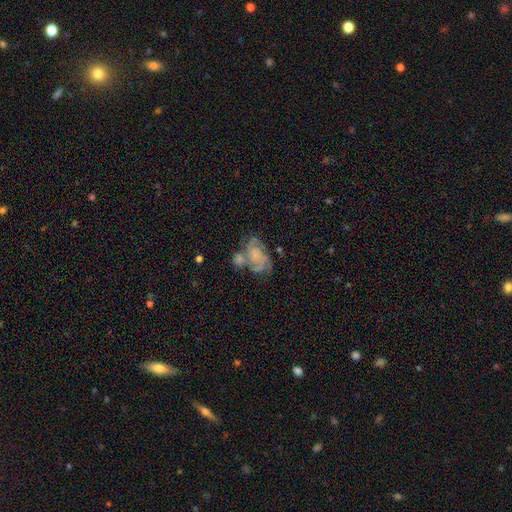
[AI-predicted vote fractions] Overall: featured or disk (68%). Edge-on disk: no (97%). Bar: no (74%). Spiral arms: yes (86%). Spiral arm count: can't tell (33%; 3 26%). Spiral winding: tight (45%; medium 40%). Bulge size: small (38%; none 33%). Merging: none (42%; merger 24%).